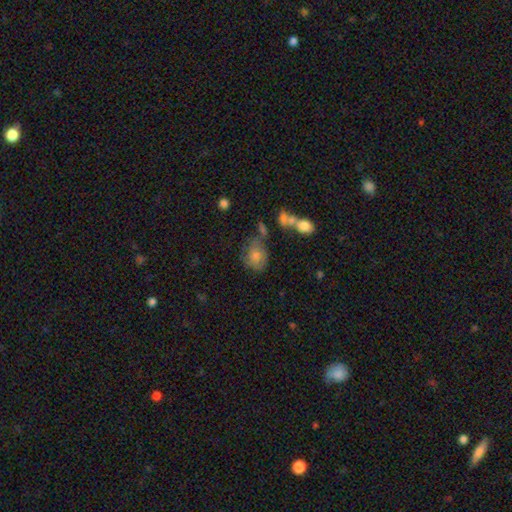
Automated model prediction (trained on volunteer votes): Morphology: type=smooth (69%); roundness=round (54%); merging=none (52%).